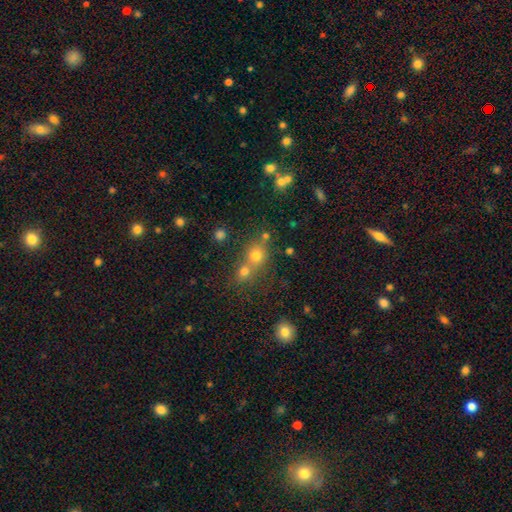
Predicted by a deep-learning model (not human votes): Overall: smooth (67%). How rounded: round (81%). Merging: none (49%; merger 41%).